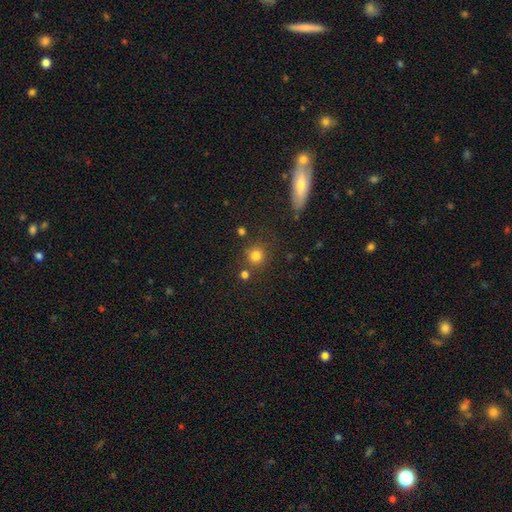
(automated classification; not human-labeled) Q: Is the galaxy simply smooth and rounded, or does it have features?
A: smooth — 79%.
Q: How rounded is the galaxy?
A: round — 89%.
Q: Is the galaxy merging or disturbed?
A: none — 76%.